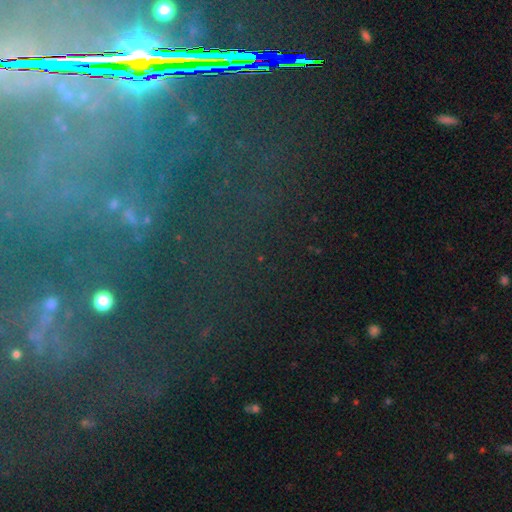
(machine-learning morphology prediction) Smooth or featured?
  - star or artifact: 66% *
  - featured or disk: 21%
  - smooth: 14%